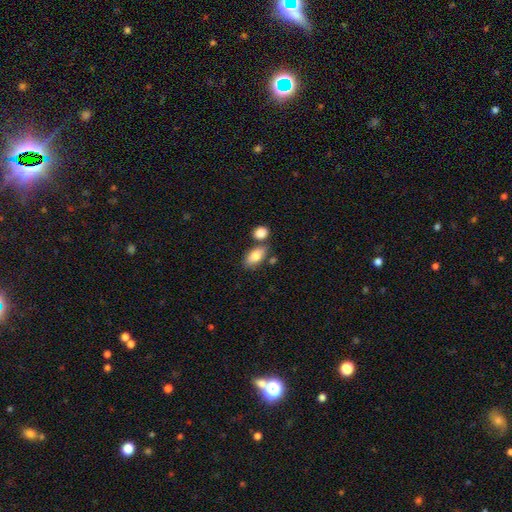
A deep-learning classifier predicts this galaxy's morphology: The model was most divided on "merging": none: 64%, merger: 19%, minor disturbance: 13%, major disturbance: 4%. More confident: how rounded — in between (88%); smooth or featured — smooth (81%).